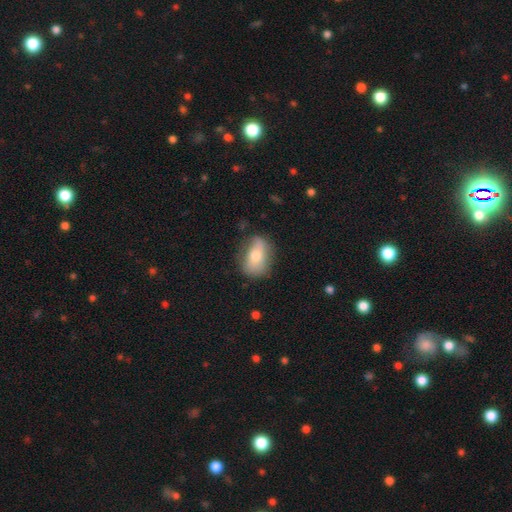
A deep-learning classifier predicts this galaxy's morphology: Smooth or featured? smooth (60%)
How rounded? in between (75%)
Merging? none (68%)